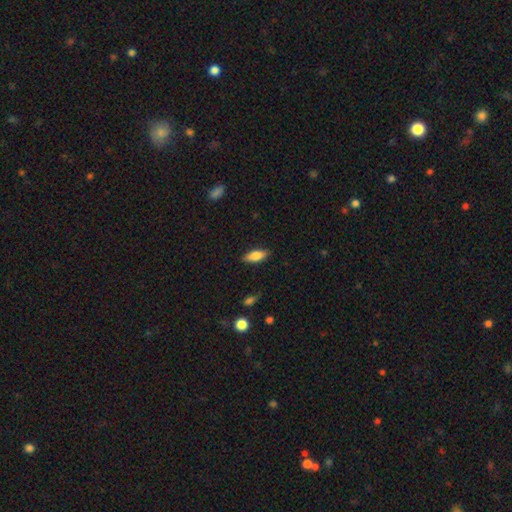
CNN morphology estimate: Smooth or featured?
  - smooth: 79% *
  - featured or disk: 15%
  - star or artifact: 7%
How rounded?
  - in between: 72% *
  - cigar-shaped: 25%
  - round: 2%
Merging?
  - none: 86% *
  - minor disturbance: 11%
  - major disturbance: 2%
  - merger: 1%